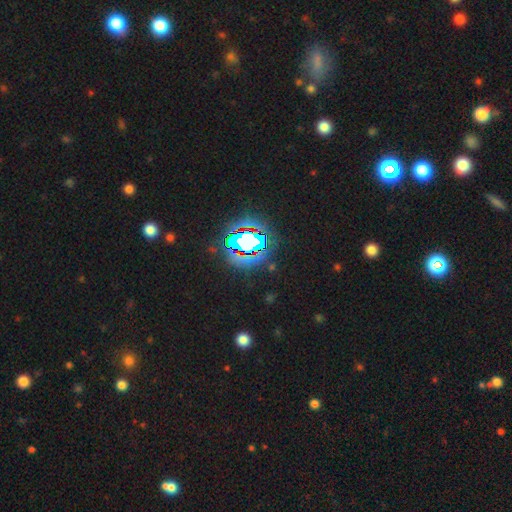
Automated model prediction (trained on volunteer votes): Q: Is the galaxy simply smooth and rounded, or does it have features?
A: star or artifact — 83%.